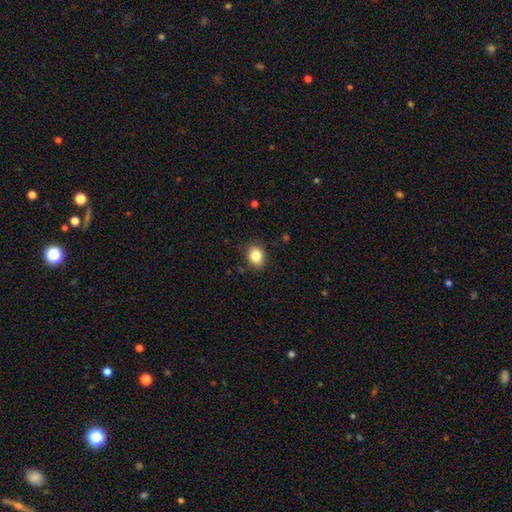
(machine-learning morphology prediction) This appears to be a smooth galaxy with no disk features (84%) that is in between round and cigar-shaped (51%). Merging: none (87%).